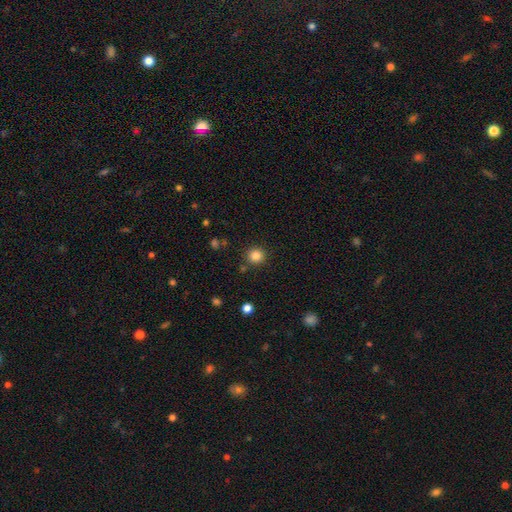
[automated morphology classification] This is clearly a smooth galaxy (84%). How rounded: clearly round (93%). Merging: clearly none (88%).